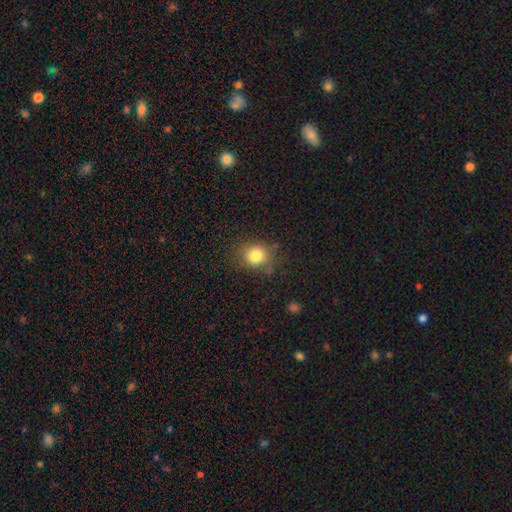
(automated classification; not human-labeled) Morphology: type=smooth (81%); roundness=round (73%); merging=none (77%).